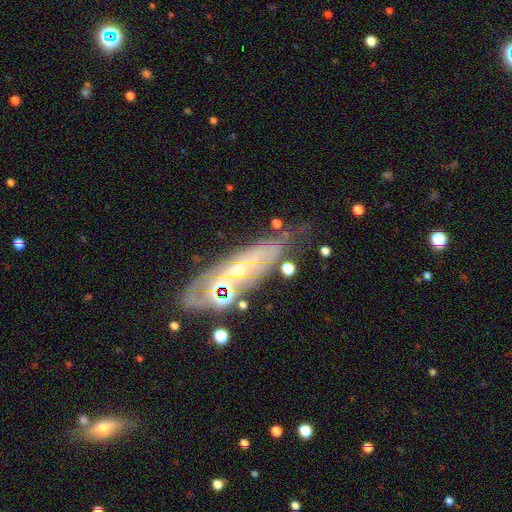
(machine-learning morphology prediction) Q: Smooth or featured?
A: featured or disk (72%); runner-up: smooth (16%)
Q: Edge-on disk?
A: no (70%); runner-up: yes (30%)
Q: Bar?
A: no (69%); runner-up: weak (22%)
Q: Spiral arms?
A: yes (74%); runner-up: no (26%)
Q: Bulge size?
A: small (56%); runner-up: moderate (38%)
Q: Merging?
A: none (61%); runner-up: minor disturbance (23%)